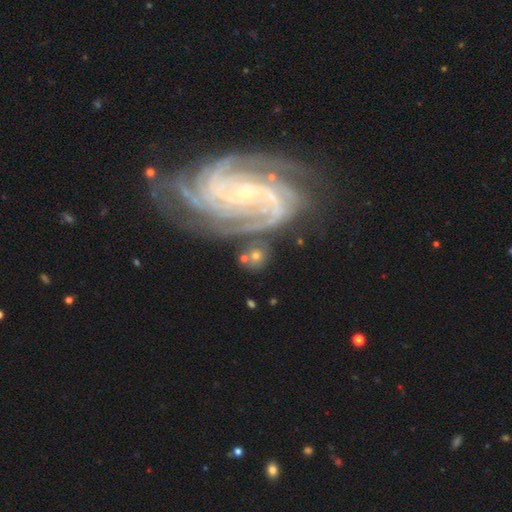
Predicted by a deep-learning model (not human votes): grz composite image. It shows a featured or disk galaxy (45%). Merging: none (71%).